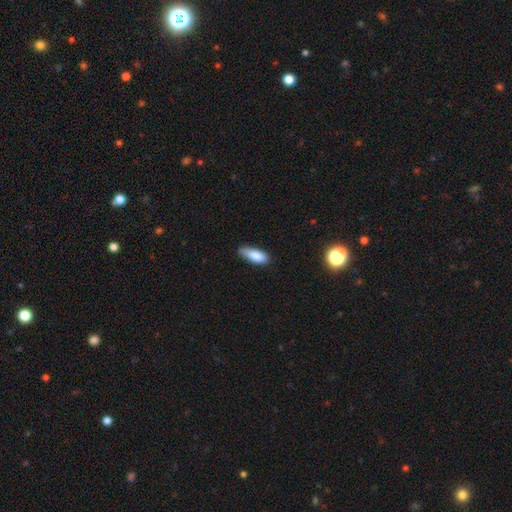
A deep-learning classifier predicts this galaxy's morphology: Smooth or featured? smooth (86%)
How rounded? in between (73%)
Merging? none (68%)